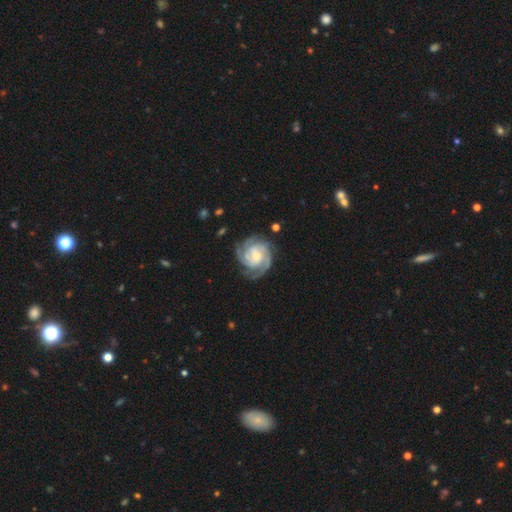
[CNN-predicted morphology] This is clearly a featured or disk galaxy (87%). It is clearly not viewed edge-on (98%). Bar: possibly no (51%). Spiral arm pattern: clearly yes (97%). Spiral arm count: marginally 3 (38%). Spiral winding: likely tight (64%). Central bulge: possibly moderate (47%). Merging: likely none (74%).